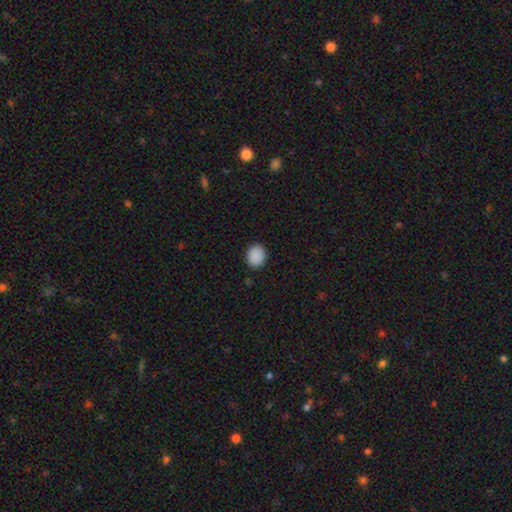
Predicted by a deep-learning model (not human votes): A smooth galaxy with no disk features (89%) that is round (59%).

Vote fractions:
- Smooth or featured? smooth: 89% / star or artifact: 8% / featured or disk: 2%
- How rounded? round: 59% / in between: 40% / cigar-shaped: 1%
- Merging? none: 89% / minor disturbance: 8% / major disturbance: 2% / merger: 1%